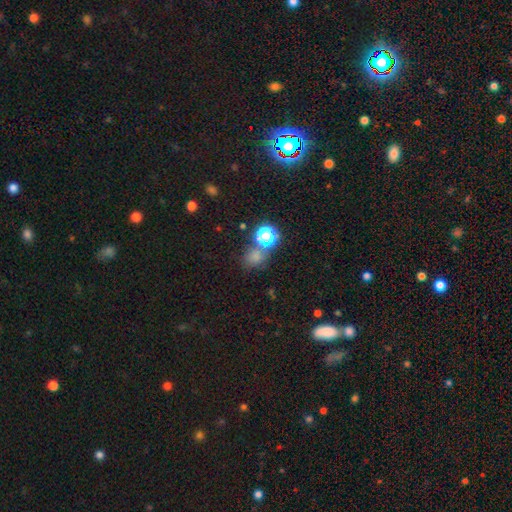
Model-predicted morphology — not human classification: Smooth or featured? smooth (63%)
How rounded? round (68%)
Merging? none (62%)